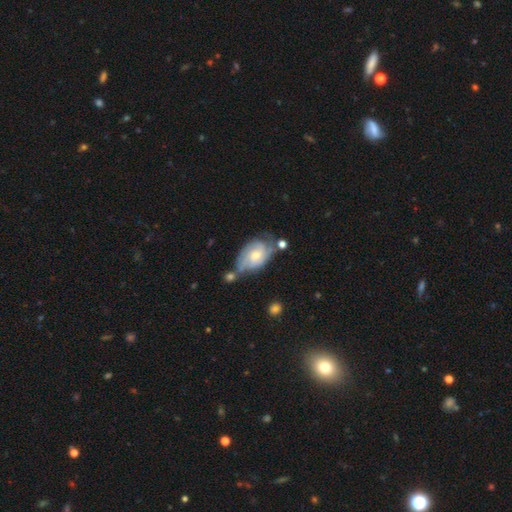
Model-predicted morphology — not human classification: type=featured or disk (70%); edge-on=no (96%); bar=no (66%); spiral arms=yes (89%); winding=tight (53%); arm count=2 (46%); bulge=moderate (52%); merging=none (42%).